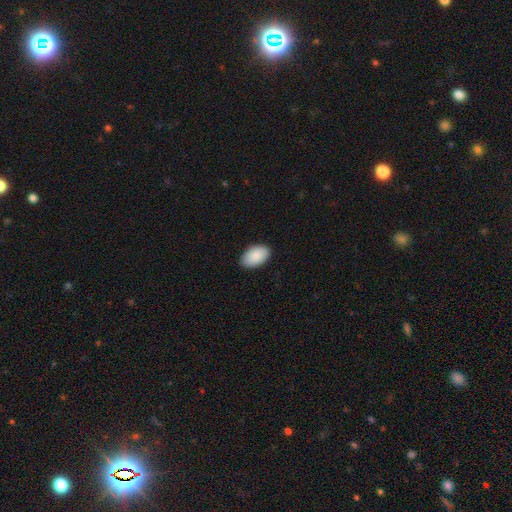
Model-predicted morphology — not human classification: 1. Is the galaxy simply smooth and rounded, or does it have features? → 90% smooth, 6% star or artifact, 4% featured or disk.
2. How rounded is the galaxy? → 94% in between, 5% round, 1% cigar-shaped.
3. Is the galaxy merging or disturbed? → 87% none, 10% minor disturbance, 2% major disturbance, 1% merger.